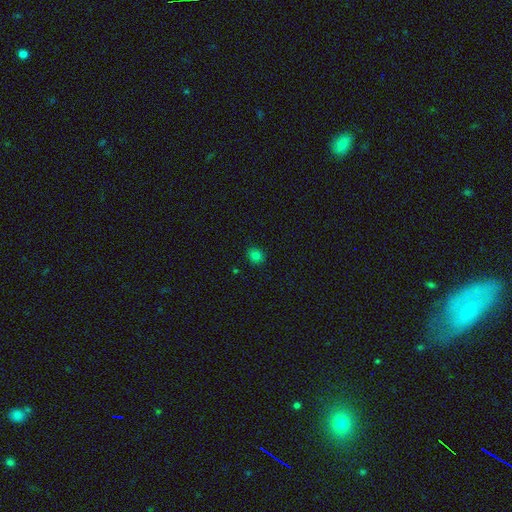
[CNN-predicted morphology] Smooth or featured? smooth (80%)
How rounded? round (77%)
Merging? none (89%)